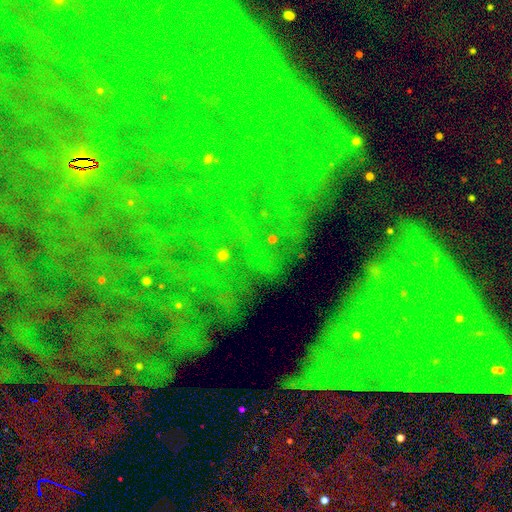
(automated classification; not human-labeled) Smooth or featured? Predicted: star or artifact (p=0.83).